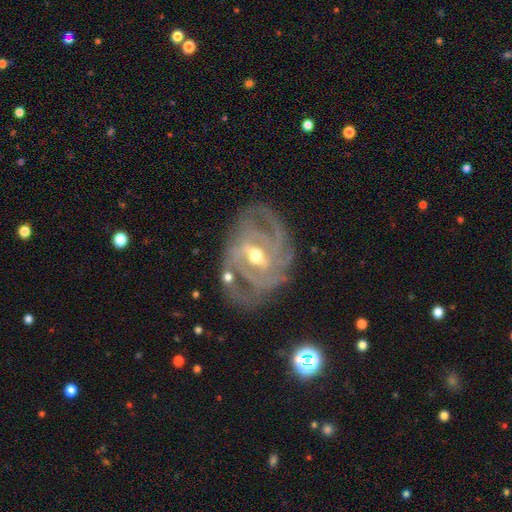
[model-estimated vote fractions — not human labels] Morphology: type=featured or disk (89%); edge-on=no (96%); bar=strong (49%); spiral arms=yes (94%); winding=tight (53%); arm count=2 (33%); bulge=moderate (66%); merging=none (66%).